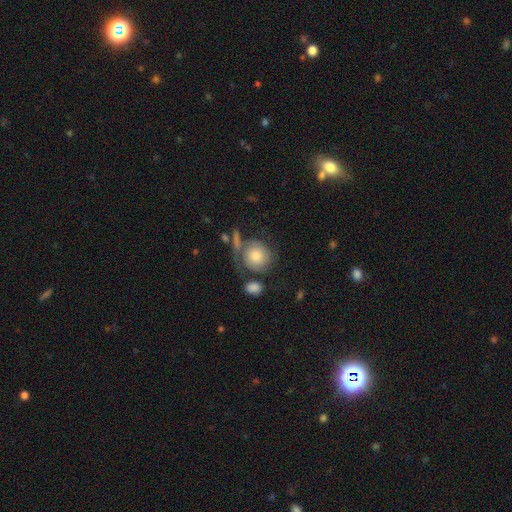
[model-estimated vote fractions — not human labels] Smooth or featured? Predicted: smooth (p=0.56). How rounded? Predicted: round (p=0.86). Merging? Predicted: none (p=0.48).